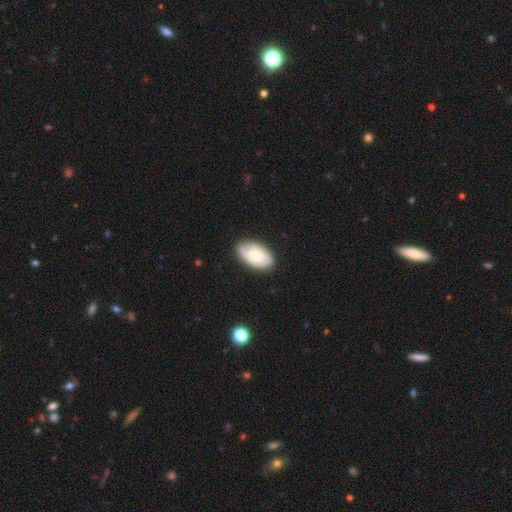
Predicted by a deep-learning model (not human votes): Smooth or featured? Predicted: featured or disk (p=0.47). Merging? Predicted: none (p=0.79).